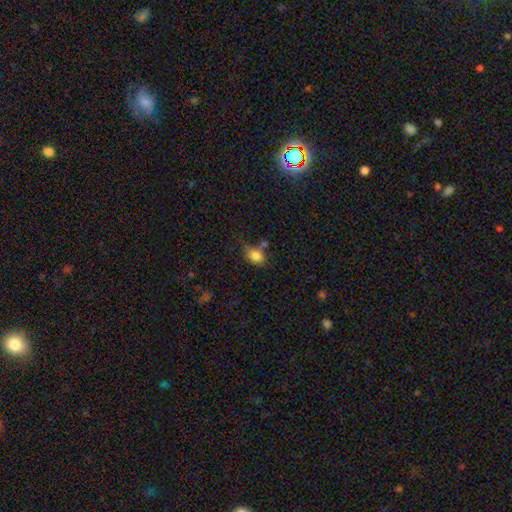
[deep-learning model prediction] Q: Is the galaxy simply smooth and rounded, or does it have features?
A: smooth — 81%.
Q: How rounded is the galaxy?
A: in between — 67%.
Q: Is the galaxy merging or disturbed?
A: none — 45%.